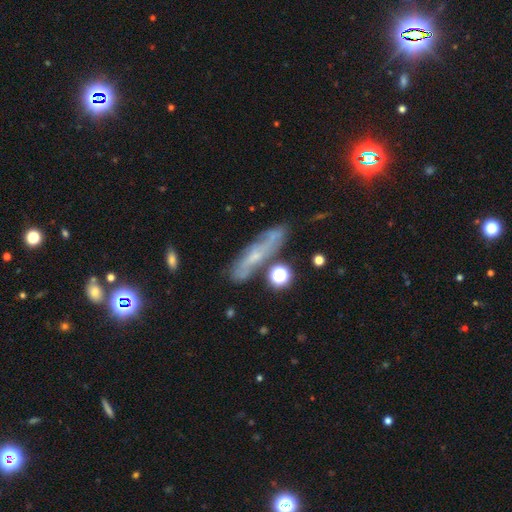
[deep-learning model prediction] A featured or disk galaxy (60%). Merging: none (71%).